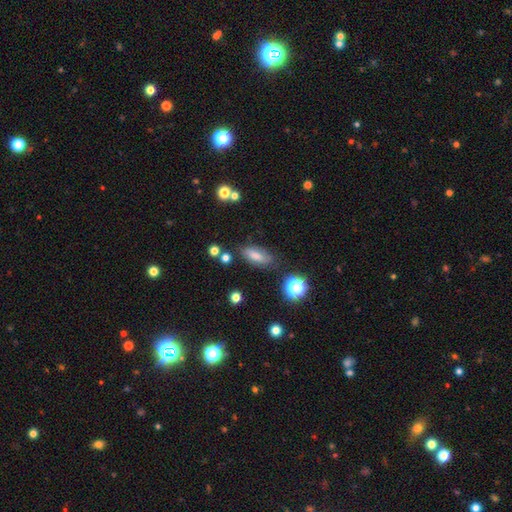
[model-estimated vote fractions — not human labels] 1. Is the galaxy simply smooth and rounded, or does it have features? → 72% smooth, 16% featured or disk, 11% star or artifact.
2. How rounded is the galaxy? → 73% in between, 23% cigar-shaped, 4% round.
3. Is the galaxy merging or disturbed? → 72% none, 18% minor disturbance, 5% major disturbance, 4% merger.